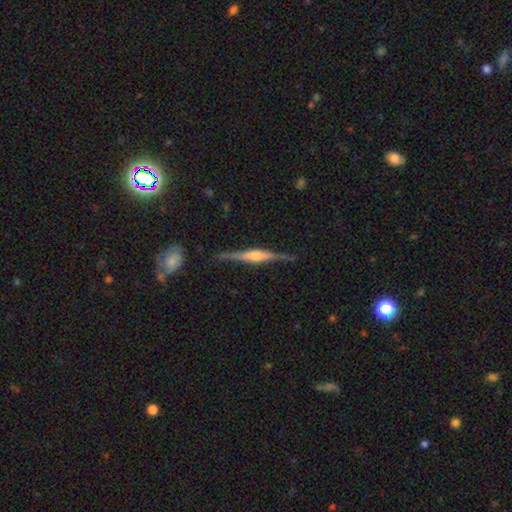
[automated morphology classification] Smooth or featured? Predicted: featured or disk (p=0.80). Edge-on disk? Predicted: yes (p=0.98). Edge-on bulge? Predicted: rounded (p=0.81). Merging? Predicted: none (p=0.84).